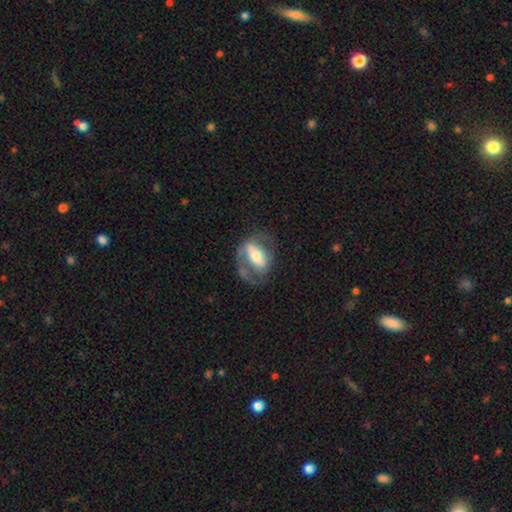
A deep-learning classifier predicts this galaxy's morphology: Overall: featured or disk (69%). Edge-on disk: no (92%). Bar: strong (53%; weak 26%). Spiral arms: yes (67%; no 33%). Bulge size: moderate (59%; small 23%). Merging: none (52%; major disturbance 25%).